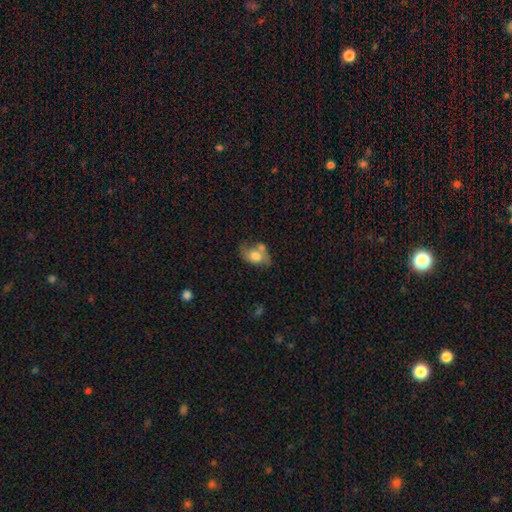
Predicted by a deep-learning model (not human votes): This appears to be a smooth galaxy with no disk features (62%) that is in between round and cigar-shaped (84%). Merging: none (39%).